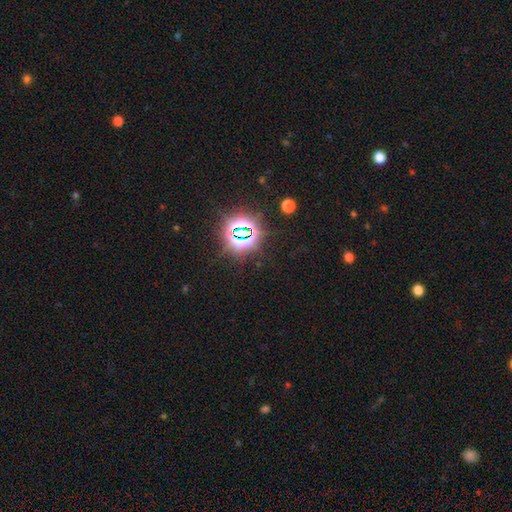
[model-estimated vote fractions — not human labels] smooth_or_featured: star or artifact (p=0.82) [alt: smooth p=0.12]